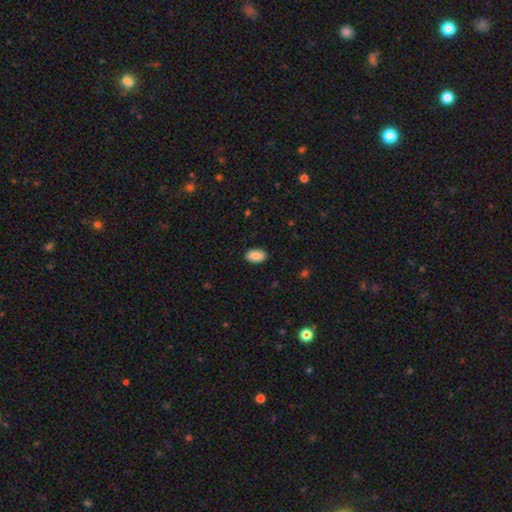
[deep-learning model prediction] Smooth or featured?
  - smooth: 88% *
  - star or artifact: 7%
  - featured or disk: 5%
How rounded?
  - in between: 94% *
  - round: 5%
  - cigar-shaped: 1%
Merging?
  - none: 90% *
  - minor disturbance: 8%
  - major disturbance: 2%
  - merger: 1%